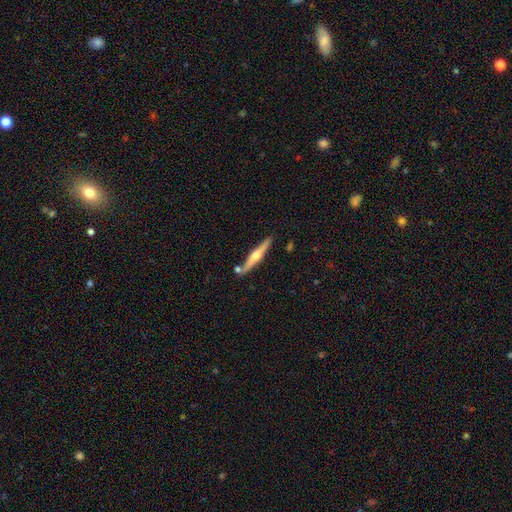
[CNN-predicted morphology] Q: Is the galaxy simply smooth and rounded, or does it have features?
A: featured or disk — 67%.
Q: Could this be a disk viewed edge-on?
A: yes — 97%.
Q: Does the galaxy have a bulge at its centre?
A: rounded — 93%.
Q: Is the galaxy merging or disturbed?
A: none — 82%.